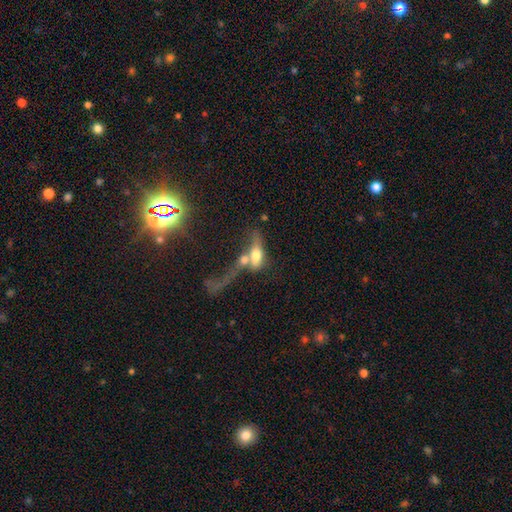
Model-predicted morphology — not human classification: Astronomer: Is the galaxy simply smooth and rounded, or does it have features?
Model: smooth — 55% (runner-up: featured or disk, 36%).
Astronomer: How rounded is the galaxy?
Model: in between — 66%.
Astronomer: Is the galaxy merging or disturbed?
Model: merger — 63%.